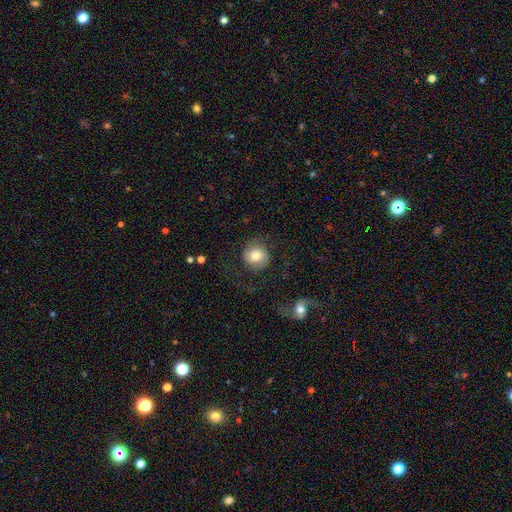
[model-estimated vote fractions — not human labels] Smooth or featured?
  - smooth: 64% *
  - featured or disk: 28%
  - star or artifact: 8%
How rounded?
  - round: 88% *
  - in between: 11%
  - cigar-shaped: 1%
Merging?
  - none: 70% *
  - minor disturbance: 14%
  - major disturbance: 14%
  - merger: 2%